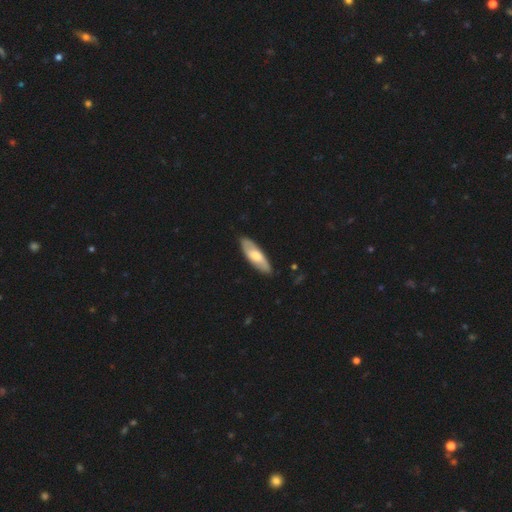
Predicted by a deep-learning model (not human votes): Smooth or featured? smooth (53%)
How rounded? in between (55%)
Merging? none (87%)